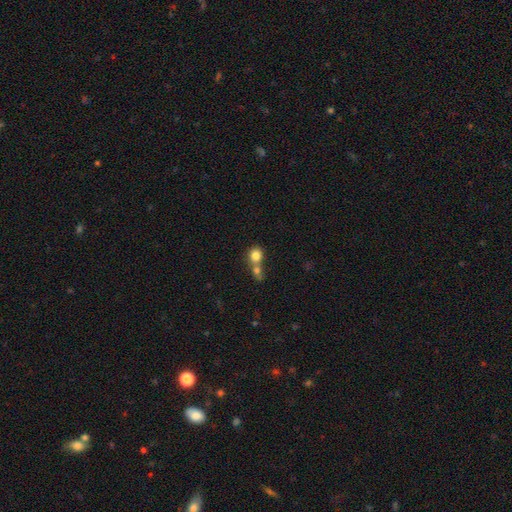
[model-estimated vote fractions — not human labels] Smooth or featured?
  - smooth: 80% *
  - featured or disk: 10%
  - star or artifact: 10%
How rounded?
  - round: 81% *
  - in between: 18%
  - cigar-shaped: 1%
Merging?
  - merger: 57% *
  - none: 33%
  - minor disturbance: 7%
  - major disturbance: 4%